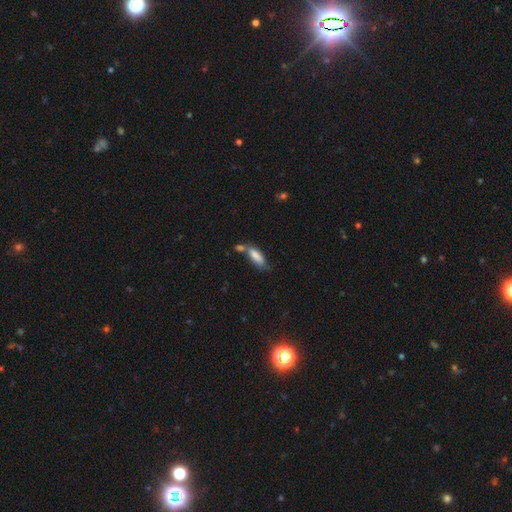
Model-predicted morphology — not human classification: A smooth galaxy with no disk features (80%) that is in between round and cigar-shaped (55%).

Vote fractions:
- Smooth or featured? smooth: 80% / featured or disk: 13% / star or artifact: 7%
- How rounded? in between: 55% / cigar-shaped: 43% / round: 2%
- Merging? none: 42% / merger: 31% / minor disturbance: 21% / major disturbance: 7%